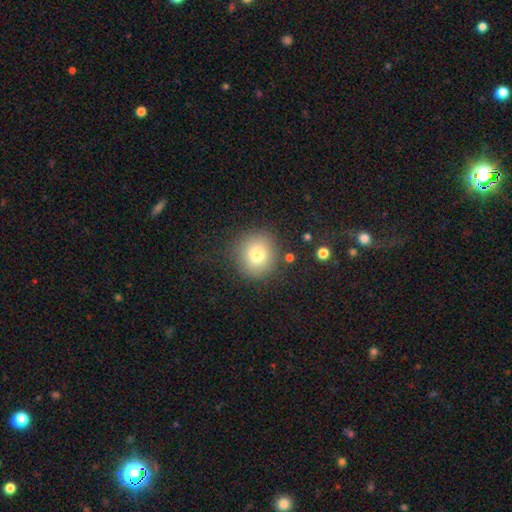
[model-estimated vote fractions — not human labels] The model was most divided on "smooth or featured": smooth: 77%, star or artifact: 12%, featured or disk: 11%. More confident: how rounded — round (92%); merging — none (84%).